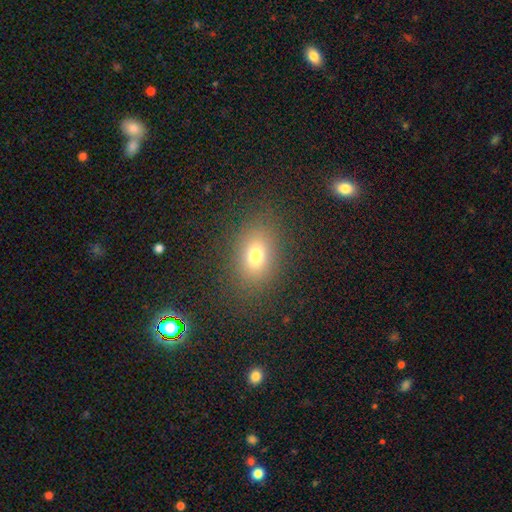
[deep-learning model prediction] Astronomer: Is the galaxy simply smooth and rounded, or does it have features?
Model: smooth — 73%.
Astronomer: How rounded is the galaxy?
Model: in between — 74%.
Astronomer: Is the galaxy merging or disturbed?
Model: none — 84%.